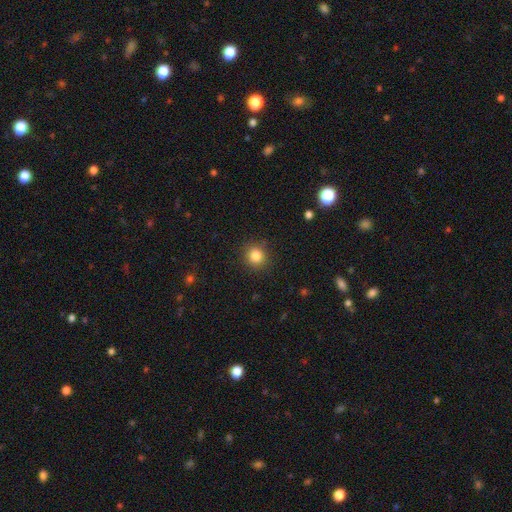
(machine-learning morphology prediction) A smooth galaxy with no disk features (84%) that is round (91%). Merging: none (89%).